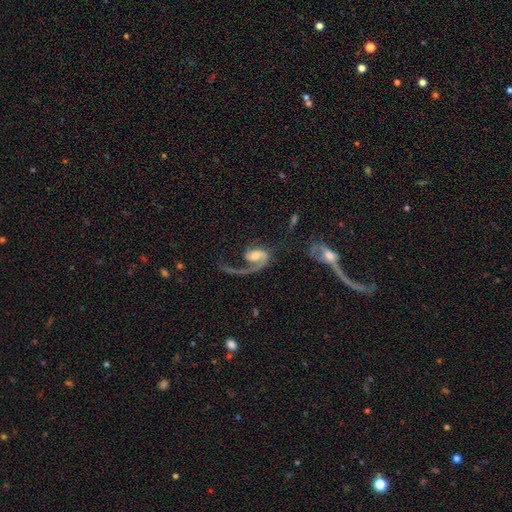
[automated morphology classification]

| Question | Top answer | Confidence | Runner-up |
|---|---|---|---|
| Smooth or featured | featured or disk | 85% | smooth (10%) |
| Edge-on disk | no | 97% | yes (3%) |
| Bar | no | 45% | weak (41%) |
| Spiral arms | yes | 94% | no (6%) |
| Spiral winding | loose | 57% | medium (33%) |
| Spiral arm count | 1 | 69% | 2 (26%) |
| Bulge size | moderate | 49% | small (27%) |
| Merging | major disturbance | 43% | none (33%) |